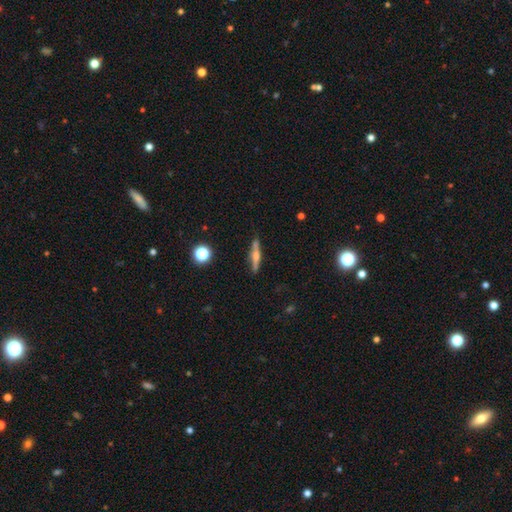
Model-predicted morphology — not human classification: Overall: featured or disk (56%; smooth 36%). Edge-on disk: yes (96%). Edge-on bulge: rounded (81%). Merging: none (86%).